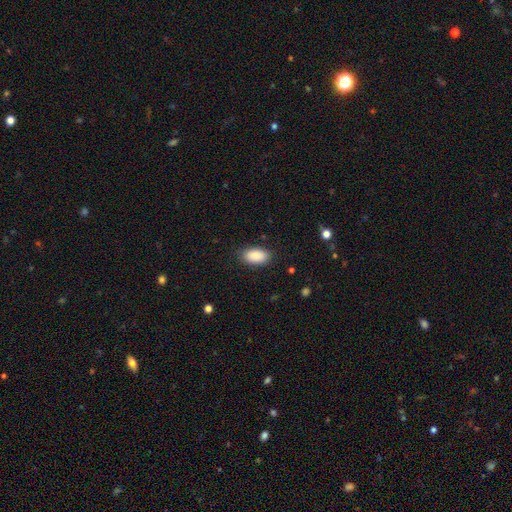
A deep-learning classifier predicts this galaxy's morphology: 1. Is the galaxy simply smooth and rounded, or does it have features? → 90% smooth, 7% star or artifact, 4% featured or disk.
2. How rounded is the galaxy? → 94% in between, 4% round, 2% cigar-shaped.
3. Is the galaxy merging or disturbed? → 86% none, 10% minor disturbance, 3% major disturbance, 1% merger.